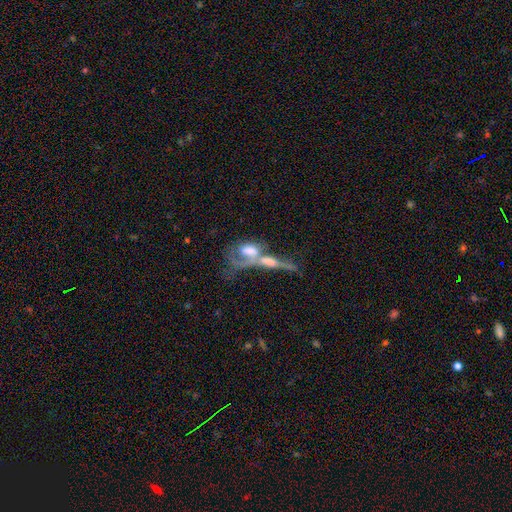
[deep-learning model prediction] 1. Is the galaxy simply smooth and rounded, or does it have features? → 61% featured or disk, 27% smooth, 12% star or artifact.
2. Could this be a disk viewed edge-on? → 52% no, 48% yes.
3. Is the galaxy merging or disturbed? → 59% merger, 21% none, 11% major disturbance, 9% minor disturbance.